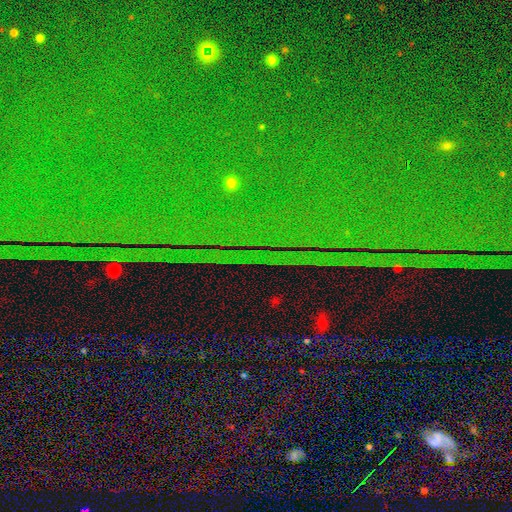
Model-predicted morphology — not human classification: A star or artifact, not a galaxy (88%).

Vote fractions:
- Smooth or featured? star or artifact: 88% / featured or disk: 6% / smooth: 6%